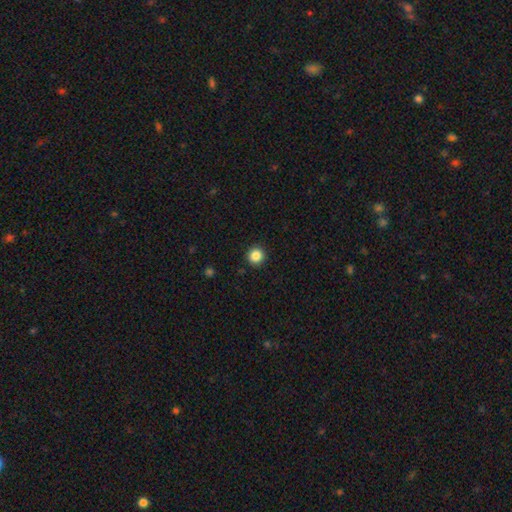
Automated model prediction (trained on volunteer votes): Overall: smooth (86%). How rounded: round (95%). Merging: none (93%).